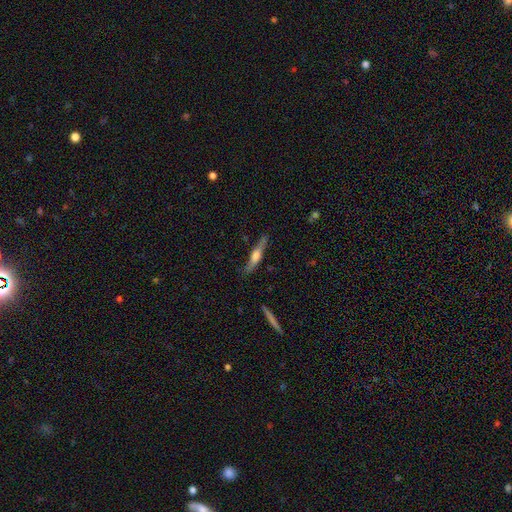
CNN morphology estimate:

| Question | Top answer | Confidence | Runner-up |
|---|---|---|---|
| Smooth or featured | featured or disk | 56% | smooth (38%) |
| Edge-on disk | yes | 92% | no (8%) |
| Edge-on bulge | rounded | 71% | boxy (20%) |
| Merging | none | 80% | minor disturbance (15%) |